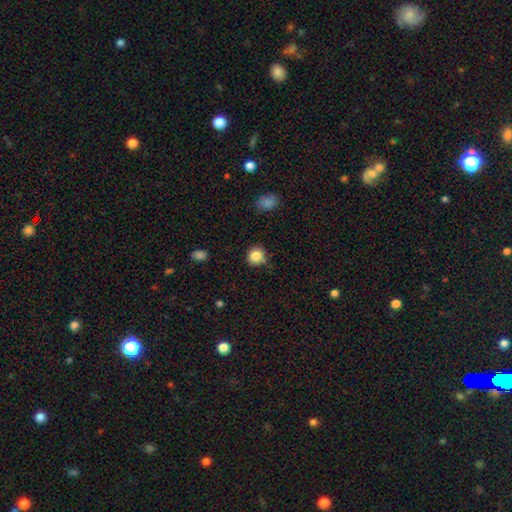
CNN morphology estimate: Smooth or featured? Predicted: smooth (p=0.84). How rounded? Predicted: round (p=0.89). Merging? Predicted: none (p=0.80).